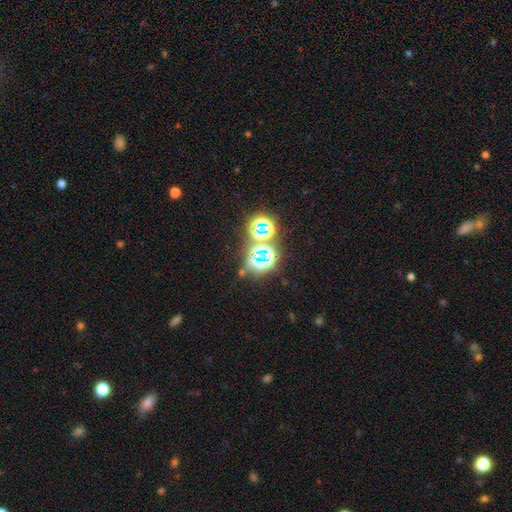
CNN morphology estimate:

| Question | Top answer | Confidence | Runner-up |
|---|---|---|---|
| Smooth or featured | star or artifact | 74% | smooth (18%) |